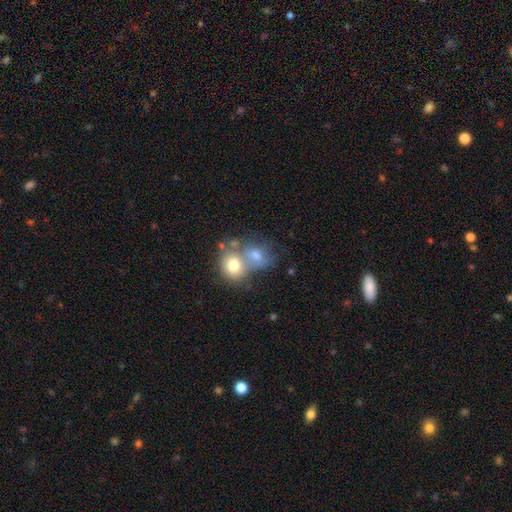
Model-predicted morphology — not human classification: Smooth or featured?
  - smooth: 68% *
  - featured or disk: 21%
  - star or artifact: 11%
How rounded?
  - in between: 50% *
  - round: 49%
  - cigar-shaped: 1%
Merging?
  - merger: 60% *
  - none: 23%
  - minor disturbance: 9%
  - major disturbance: 7%